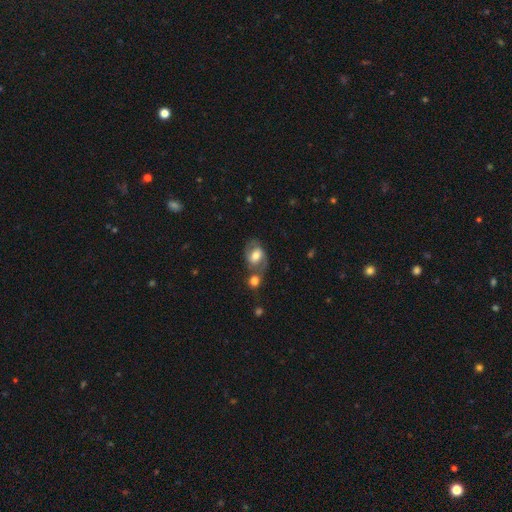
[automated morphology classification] Overall: featured or disk (47%; smooth 45%). Merging: none (46%; merger 30%).